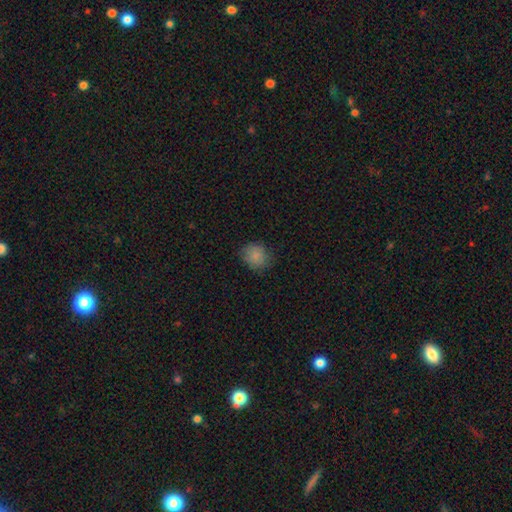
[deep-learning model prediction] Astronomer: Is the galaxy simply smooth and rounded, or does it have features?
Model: smooth — 85%.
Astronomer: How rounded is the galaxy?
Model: round — 73%.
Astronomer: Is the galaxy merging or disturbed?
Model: none — 78%.